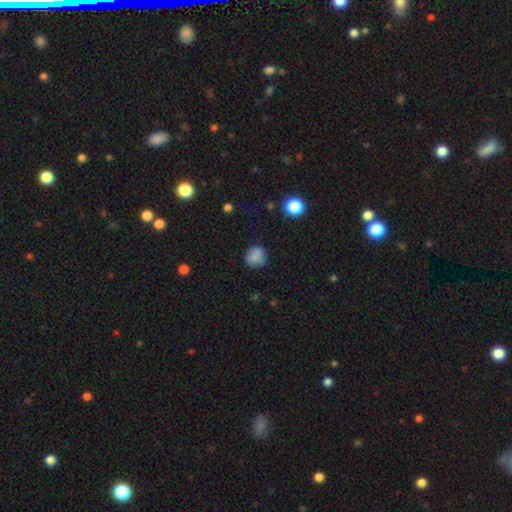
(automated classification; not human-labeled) Smooth or featured: smooth — 83% (star or artifact — 10%)
How rounded: round — 86% (in between — 13%)
Merging: none — 77% (minor disturbance — 18%)